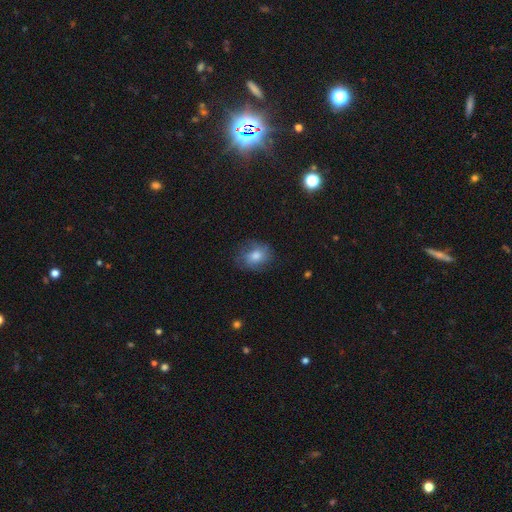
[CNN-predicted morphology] A smooth galaxy with no disk features (57%) that is round (54%).

Vote fractions:
- Smooth or featured? smooth: 57% / featured or disk: 30% / star or artifact: 13%
- How rounded? round: 54% / in between: 45% / cigar-shaped: 1%
- Merging? none: 71% / minor disturbance: 20% / major disturbance: 8% / merger: 1%